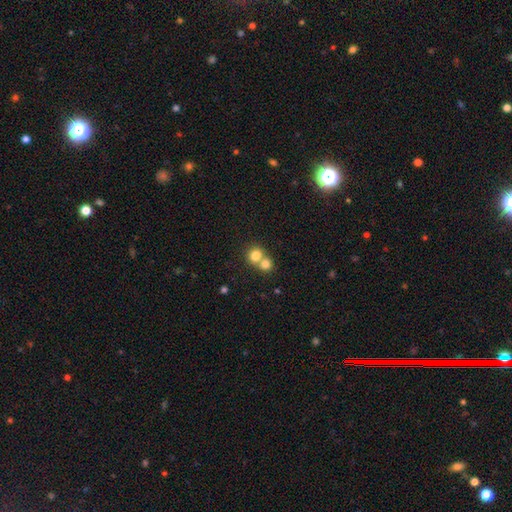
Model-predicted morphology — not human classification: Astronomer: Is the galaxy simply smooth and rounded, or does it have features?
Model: smooth — 78%.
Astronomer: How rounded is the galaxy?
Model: round — 83%.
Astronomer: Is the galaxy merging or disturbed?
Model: merger — 59% (runner-up: none, 35%).